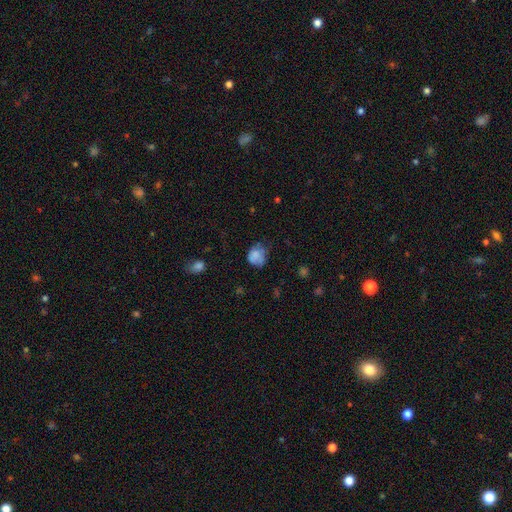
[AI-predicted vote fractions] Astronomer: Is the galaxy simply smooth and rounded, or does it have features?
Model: smooth — 75%.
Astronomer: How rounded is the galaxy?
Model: round — 62%.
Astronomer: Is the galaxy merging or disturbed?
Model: none — 48% (runner-up: minor disturbance, 34%).